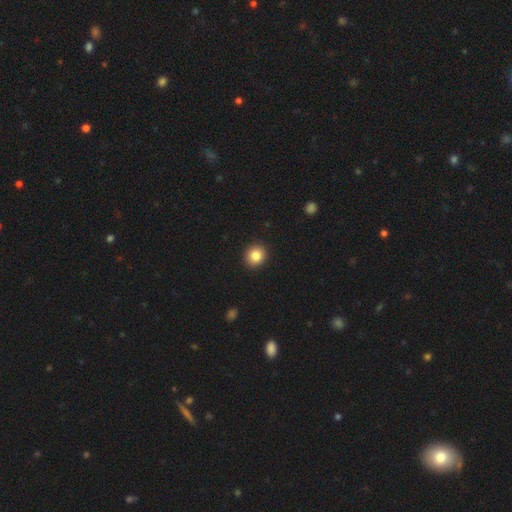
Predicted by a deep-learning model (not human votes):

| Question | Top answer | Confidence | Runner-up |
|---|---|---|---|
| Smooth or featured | smooth | 84% | star or artifact (10%) |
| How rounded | round | 84% | in between (15%) |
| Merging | none | 92% | minor disturbance (5%) |